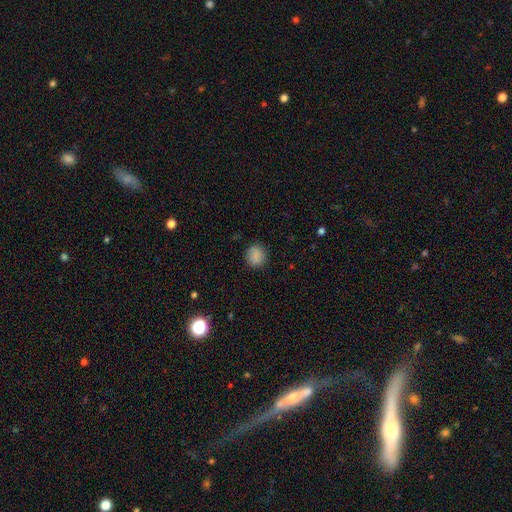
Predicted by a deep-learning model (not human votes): smooth 85%, star or artifact 10%, featured or disk 5%. Down the decision tree: how rounded — round (80%); merging — none (86%).